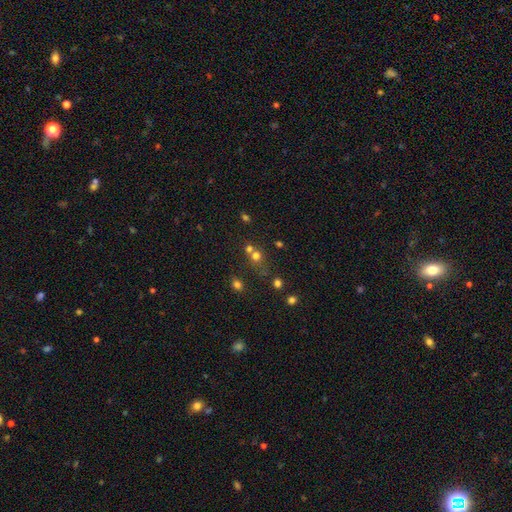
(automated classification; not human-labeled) This appears to be a smooth galaxy with no disk features (64%) that is round (81%). Merging: none (47%).